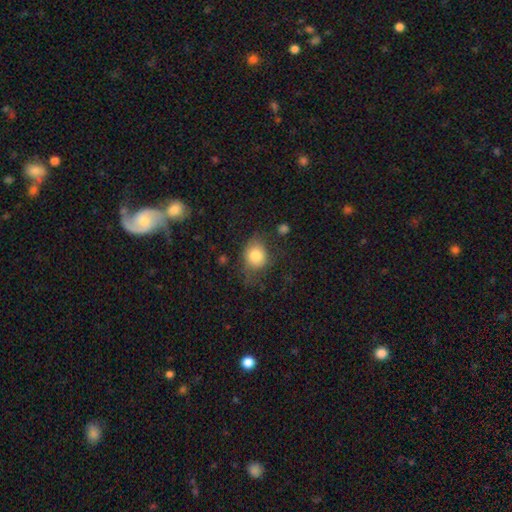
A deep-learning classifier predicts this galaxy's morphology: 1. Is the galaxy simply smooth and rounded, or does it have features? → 81% smooth, 10% featured or disk, 9% star or artifact.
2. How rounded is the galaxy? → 61% round, 39% in between, 1% cigar-shaped.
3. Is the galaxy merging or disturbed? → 55% none, 28% minor disturbance, 14% major disturbance, 3% merger.